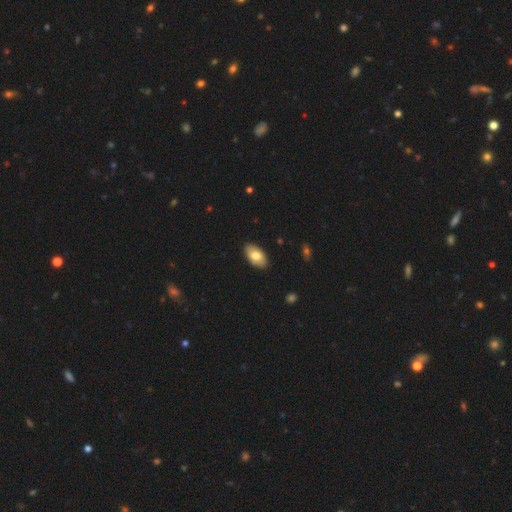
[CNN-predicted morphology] Smooth or featured? smooth (76%)
How rounded? in between (95%)
Merging? none (87%)